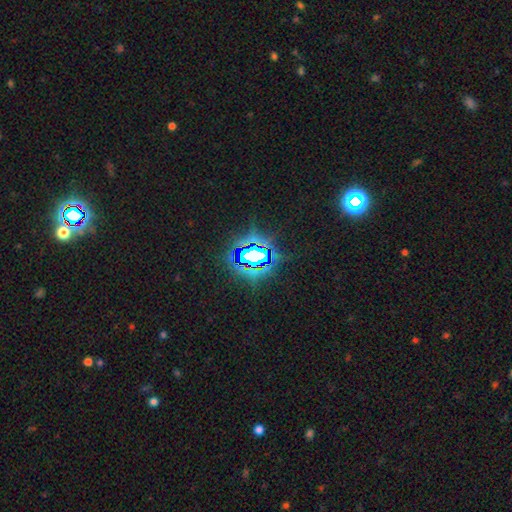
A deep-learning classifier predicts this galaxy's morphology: Smooth or featured?
  - star or artifact: 78% *
  - smooth: 11%
  - featured or disk: 11%